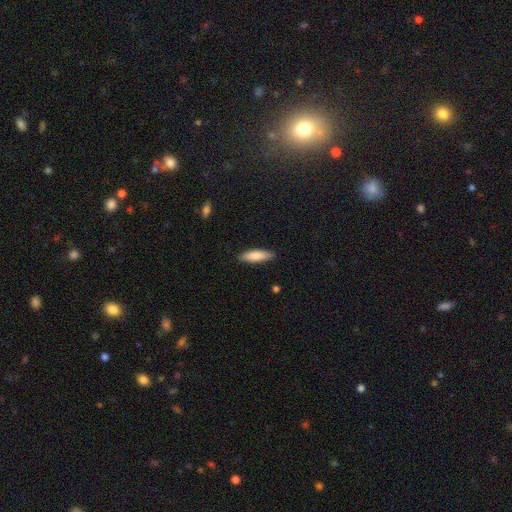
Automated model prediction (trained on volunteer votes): A smooth galaxy with no disk features (82%) that is cigar-shaped (59%).

Vote fractions:
- Smooth or featured? smooth: 82% / featured or disk: 12% / star or artifact: 5%
- How rounded? cigar-shaped: 59% / in between: 39% / round: 2%
- Merging? none: 87% / minor disturbance: 10% / major disturbance: 2% / merger: 1%